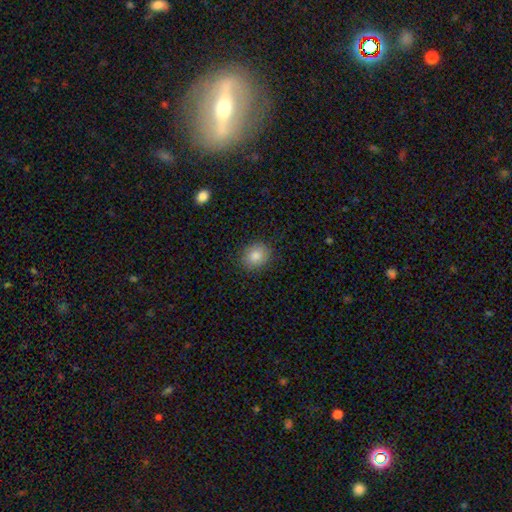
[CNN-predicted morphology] Smooth or featured?
  - smooth: 84% *
  - star or artifact: 9%
  - featured or disk: 6%
How rounded?
  - round: 70% *
  - in between: 29%
  - cigar-shaped: 1%
Merging?
  - none: 88% *
  - minor disturbance: 9%
  - major disturbance: 2%
  - merger: 1%